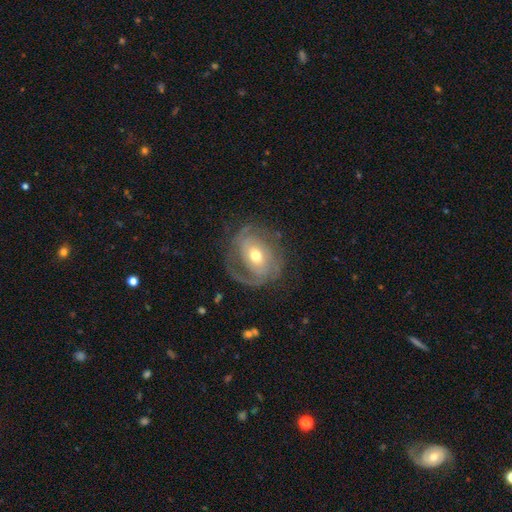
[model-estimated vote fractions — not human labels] Smooth or featured: featured or disk — 75% (smooth — 19%)
Edge-on disk: no — 96% (yes — 4%)
Bar: no — 52% (weak — 34%)
Spiral arms: yes — 84% (no — 16%)
Spiral winding: tight — 44% (medium — 36%)
Spiral arm count: 2 — 49% (1 — 22%)
Bulge size: moderate — 68% (small — 24%)
Merging: none — 62% (minor disturbance — 20%)